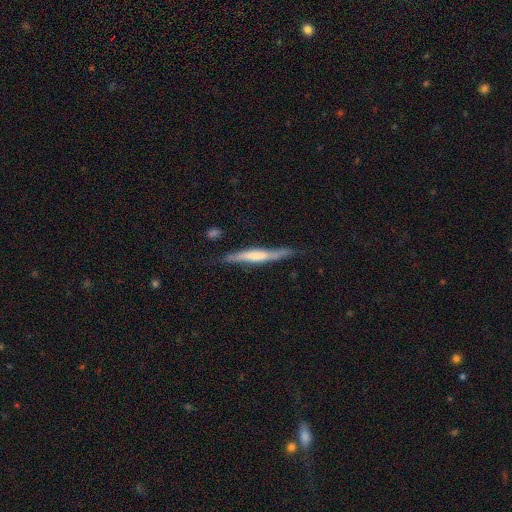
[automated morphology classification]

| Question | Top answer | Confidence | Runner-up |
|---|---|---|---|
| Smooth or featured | featured or disk | 51% | smooth (43%) |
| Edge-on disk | yes | 90% | no (10%) |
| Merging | none | 72% | minor disturbance (21%) |